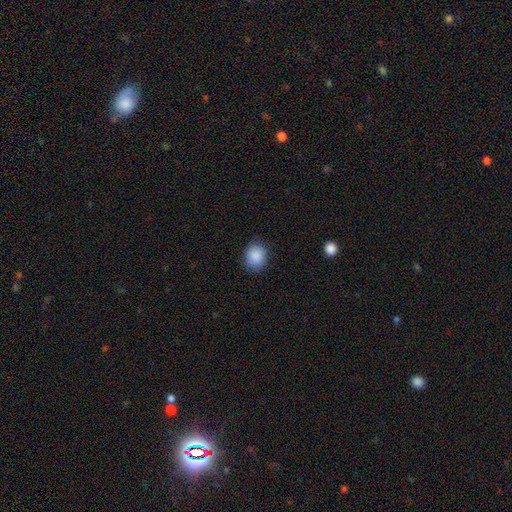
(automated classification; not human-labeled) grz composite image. It shows a smooth galaxy with no disk features (89%) that is round (65%). Merging: none (84%).